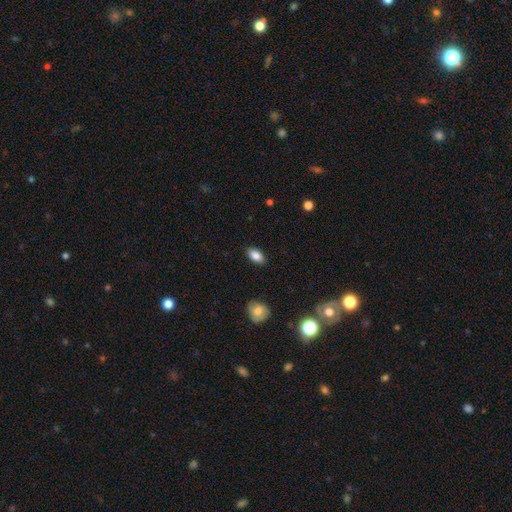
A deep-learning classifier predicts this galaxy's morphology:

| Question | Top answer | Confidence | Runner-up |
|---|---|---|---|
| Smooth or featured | smooth | 85% | star or artifact (8%) |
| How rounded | in between | 91% | round (5%) |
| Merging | none | 88% | minor disturbance (9%) |